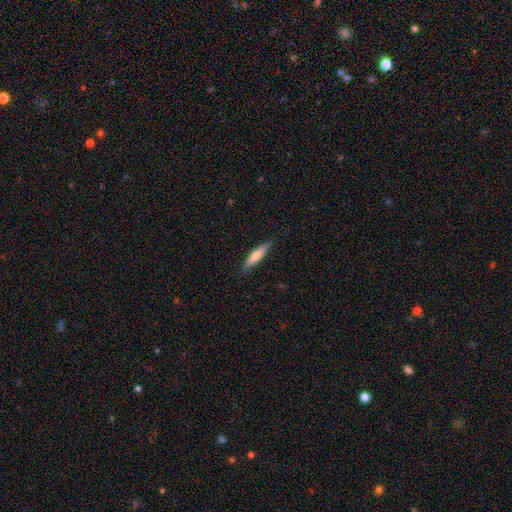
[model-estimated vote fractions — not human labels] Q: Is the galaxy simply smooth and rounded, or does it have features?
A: smooth — 69%.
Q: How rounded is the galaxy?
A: cigar-shaped — 81%.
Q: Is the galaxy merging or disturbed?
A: none — 85%.